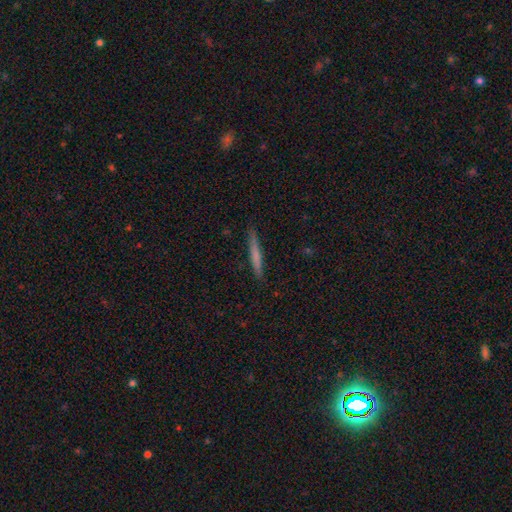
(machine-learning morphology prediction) This appears to be a smooth galaxy with no disk features (63%) that is cigar-shaped (96%). Merging: none (89%).